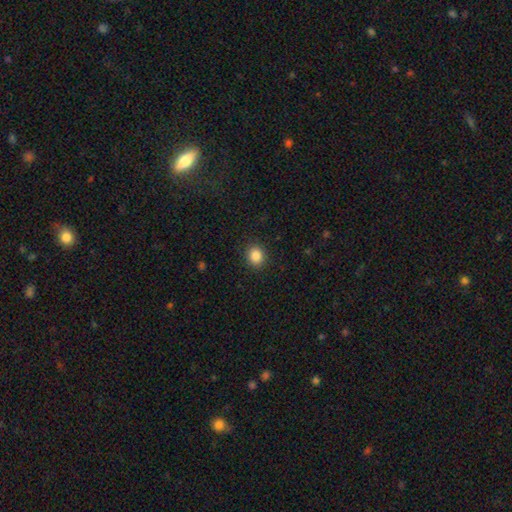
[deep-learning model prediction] A smooth galaxy with no disk features (86%) that is round (73%). Merging: none (90%).